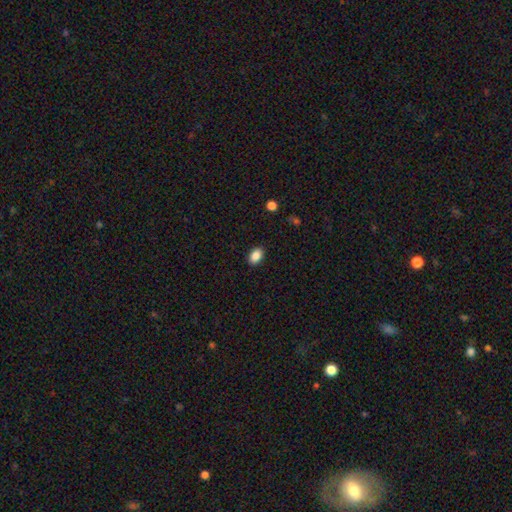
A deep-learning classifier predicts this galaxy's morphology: Overall: smooth (88%). How rounded: in between (85%). Merging: none (89%).